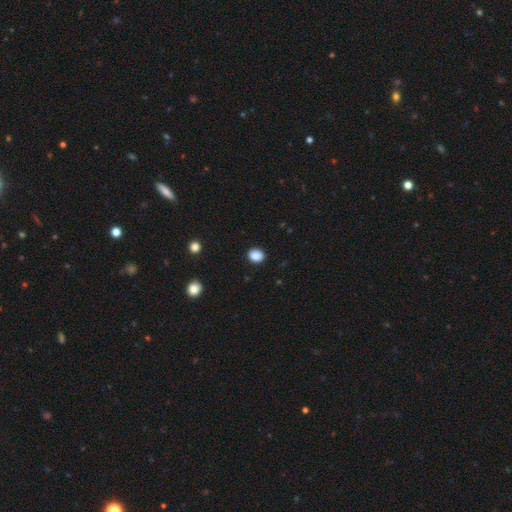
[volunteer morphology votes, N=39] Q: Smooth or featured?
A: smooth (90%); runner-up: star or artifact (10%)
Q: How rounded?
A: round (54%); runner-up: in between (46%)
Q: Merging?
A: none (83%); runner-up: minor disturbance (14%)